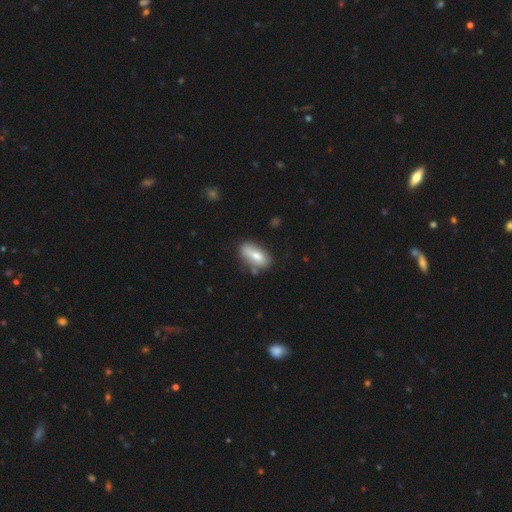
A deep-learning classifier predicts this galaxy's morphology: Overall: smooth (70%). How rounded: in between (82%). Merging: none (67%).